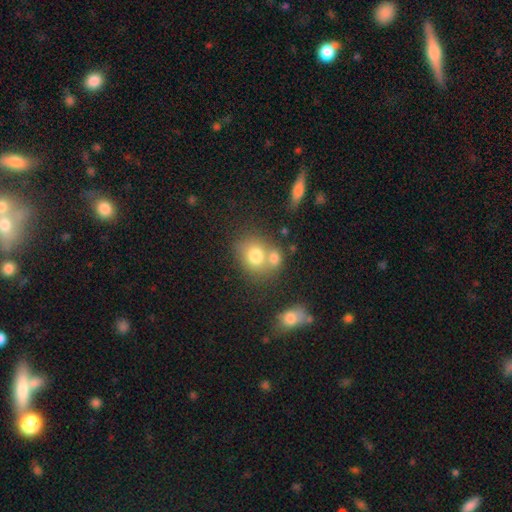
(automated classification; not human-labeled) Smooth or featured: smooth — 76% (featured or disk — 14%)
How rounded: round — 59% (in between — 40%)
Merging: none — 43% (merger — 40%)